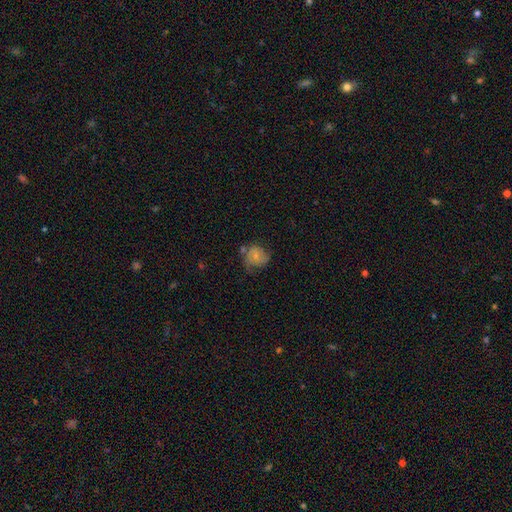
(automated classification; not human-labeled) This appears to be a smooth galaxy with no disk features (49%). Merging: none (48%).